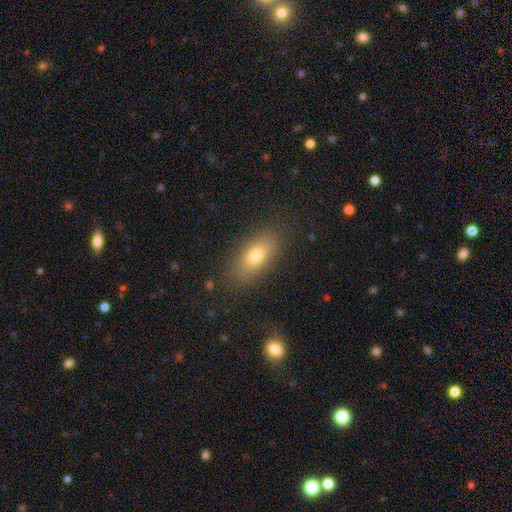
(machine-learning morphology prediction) Overall: smooth (77%). How rounded: in between (84%). Merging: none (83%).